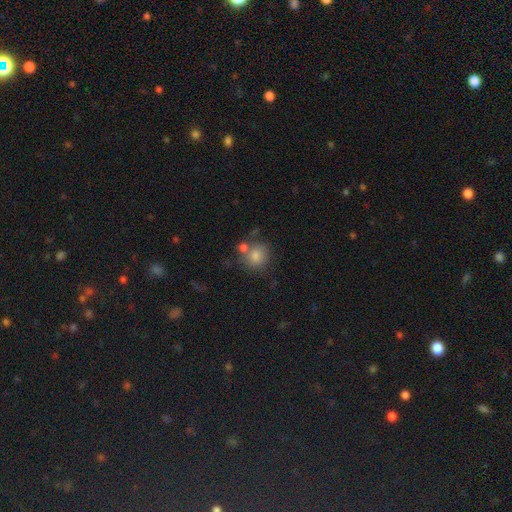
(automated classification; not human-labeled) The model was most divided on "merging": none: 53%, merger: 26%, minor disturbance: 15%, major disturbance: 7%. More confident: how rounded — round (78%); smooth or featured — smooth (78%).